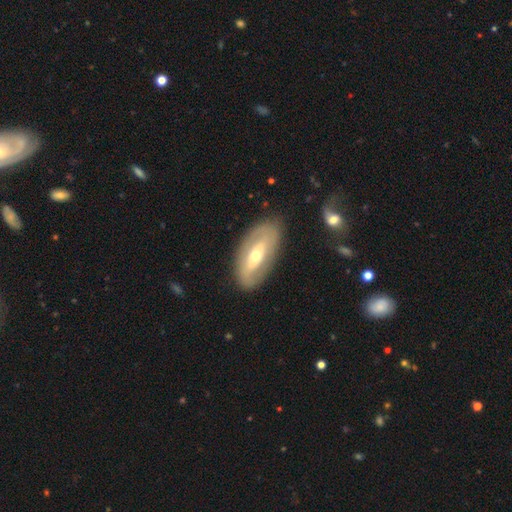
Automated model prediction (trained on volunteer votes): This is likely a featured or disk galaxy (66%). It is clearly not viewed edge-on (88%). Bar: marginally no (35%). Spiral arm pattern: possibly yes (57%). Central bulge: possibly moderate (55%). Merging: clearly none (82%).